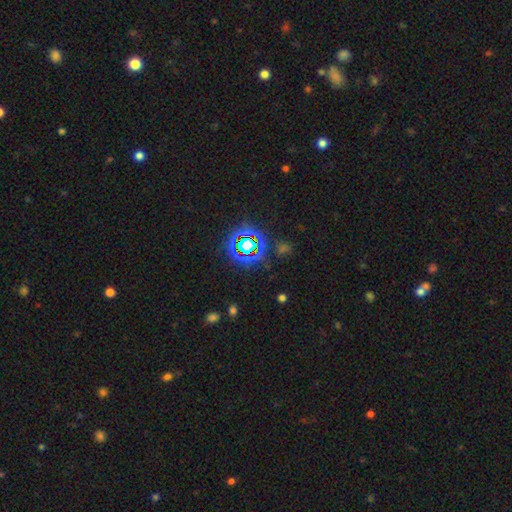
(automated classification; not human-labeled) Morphology: type=star or artifact (70%).